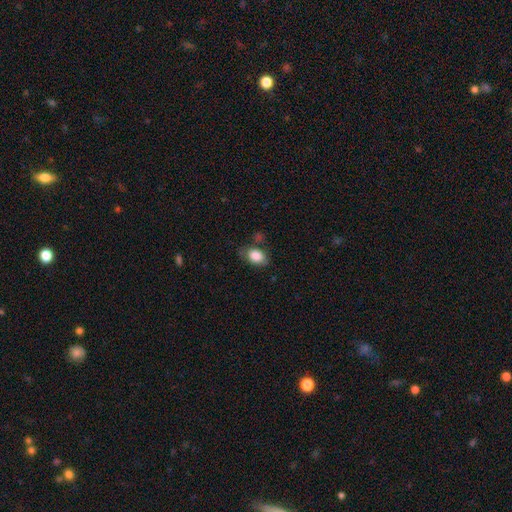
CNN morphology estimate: This appears to be a smooth galaxy with no disk features (85%) that is in between round and cigar-shaped (84%). Merging: none (64%).